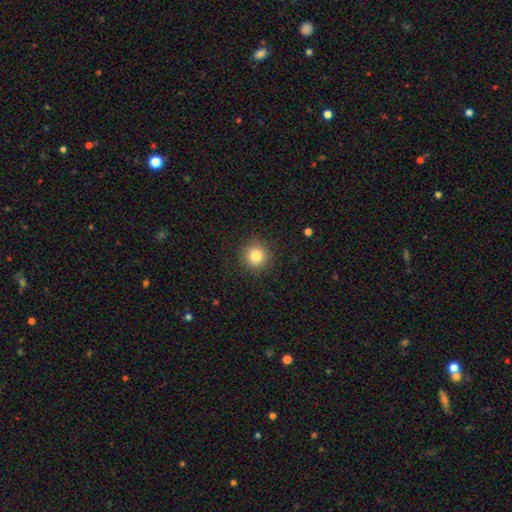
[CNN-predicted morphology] This is clearly a smooth galaxy (83%). How rounded: clearly round (94%). Merging: clearly none (91%).